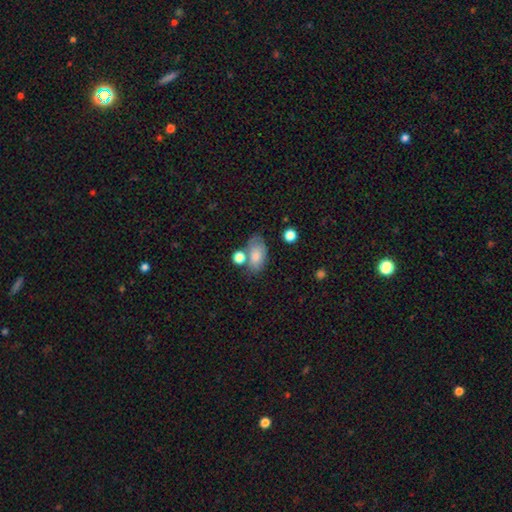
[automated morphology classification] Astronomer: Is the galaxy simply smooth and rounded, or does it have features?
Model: smooth — 76%.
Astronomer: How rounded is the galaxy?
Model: in between — 90%.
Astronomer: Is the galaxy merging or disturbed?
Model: none — 51%.